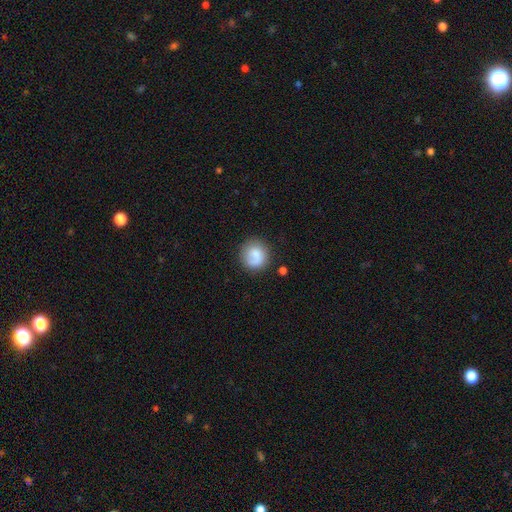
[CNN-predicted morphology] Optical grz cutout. It shows a smooth galaxy with no disk features (77%) that is round (88%). Merging: none (72%).